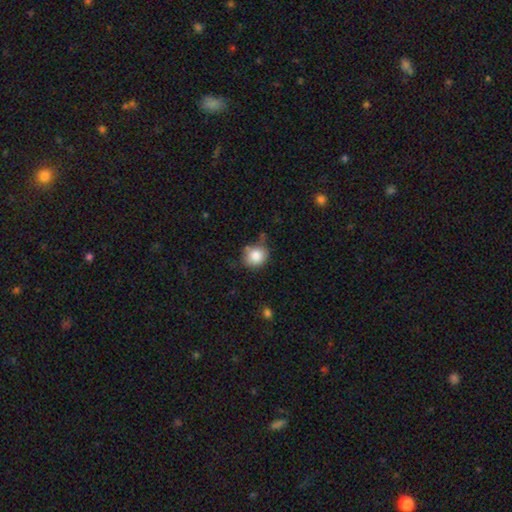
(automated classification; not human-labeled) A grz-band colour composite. It shows a smooth galaxy with no disk features (84%) that is round (86%). Merging: none (69%).